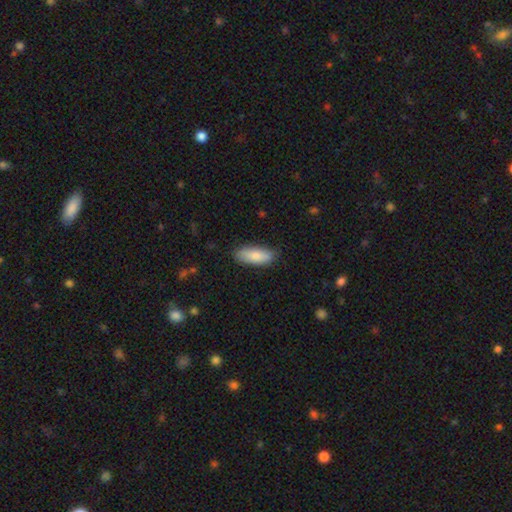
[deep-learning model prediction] A smooth galaxy with no disk features (82%) that is in between round and cigar-shaped (79%). Merging: none (82%).